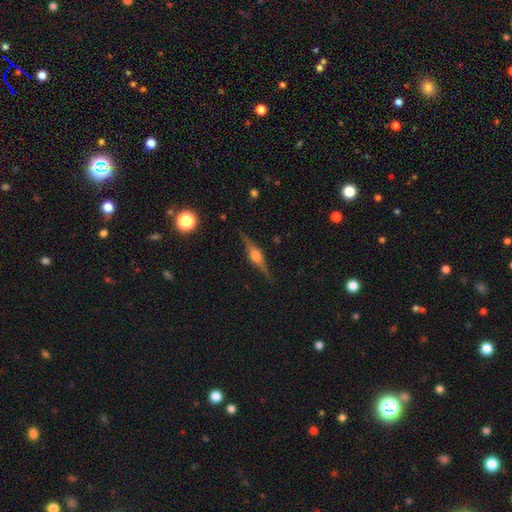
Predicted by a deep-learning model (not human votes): Smooth or featured: featured or disk — 80% (smooth — 13%)
Edge-on disk: yes — 98% (no — 2%)
Edge-on bulge: rounded — 88% (boxy — 10%)
Merging: none — 88% (minor disturbance — 9%)